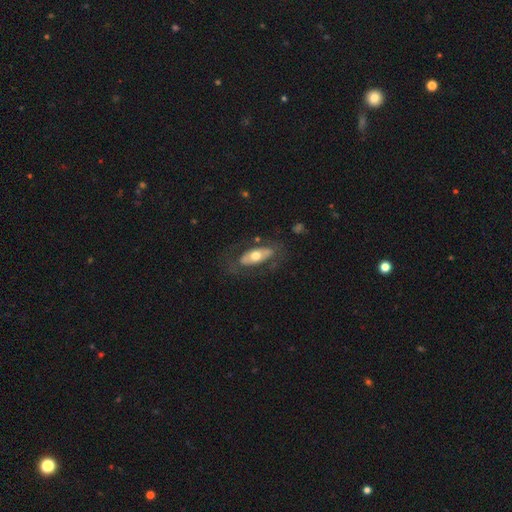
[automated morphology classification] Smooth or featured?
  - featured or disk: 49% *
  - smooth: 46%
  - star or artifact: 5%
Merging?
  - none: 71% *
  - minor disturbance: 16%
  - major disturbance: 11%
  - merger: 2%